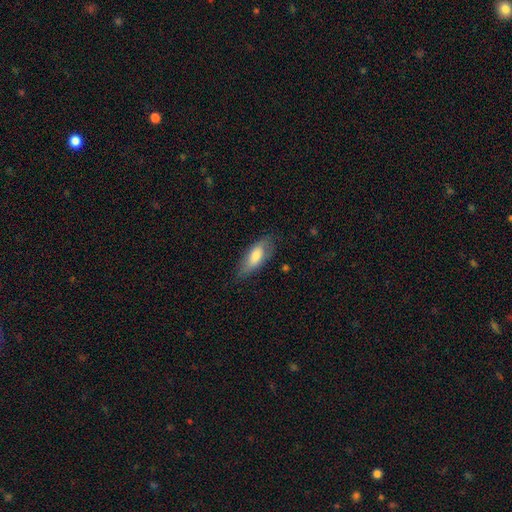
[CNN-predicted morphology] Smooth or featured? Predicted: smooth (p=0.70). How rounded? Predicted: in between (p=0.73). Merging? Predicted: none (p=0.71).